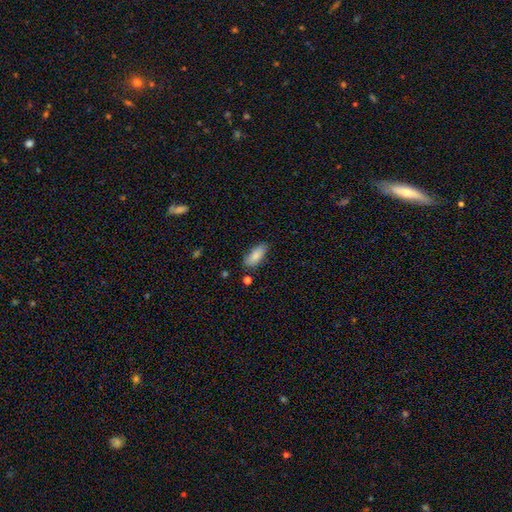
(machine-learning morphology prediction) smooth-or-featured: smooth: 85% | featured or disk: 8% | star or artifact: 7%
  how-rounded: in between: 84% | cigar-shaped: 14% | round: 2%
  merging: none: 80% | minor disturbance: 15% | major disturbance: 3% | merger: 3%